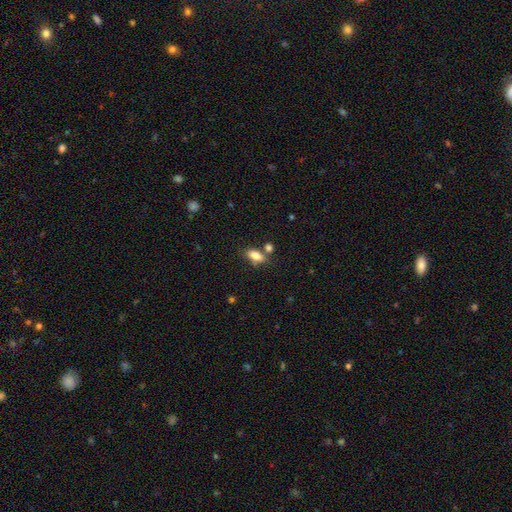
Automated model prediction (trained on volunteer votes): Q: Smooth or featured?
A: smooth (82%); runner-up: featured or disk (9%)
Q: How rounded?
A: in between (86%); runner-up: cigar-shaped (8%)
Q: Merging?
A: none (65%); runner-up: merger (17%)